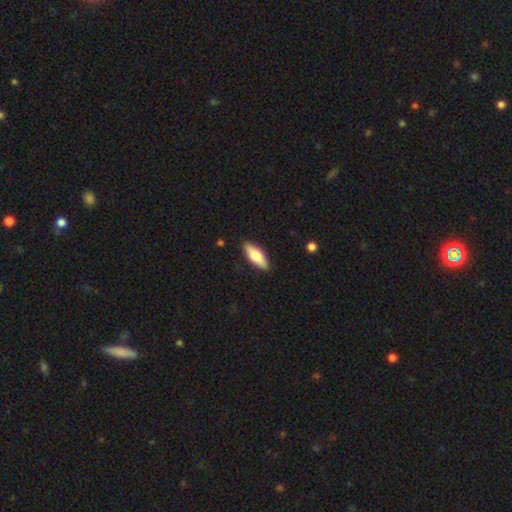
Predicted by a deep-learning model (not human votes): This is likely a smooth galaxy (66%). How rounded: likely in between (67%). Merging: clearly none (89%).